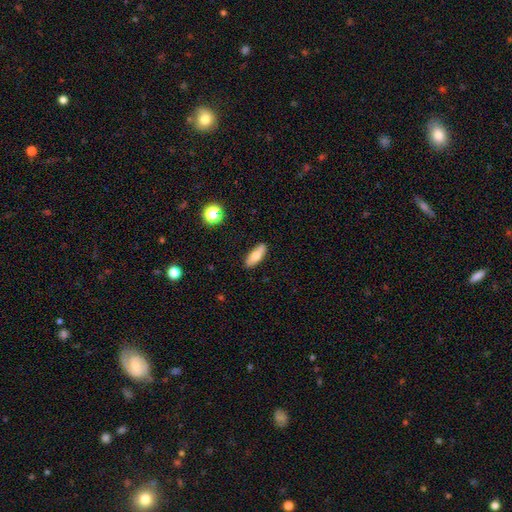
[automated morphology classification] smooth_or_featured: smooth (p=0.67) [alt: featured or disk p=0.25]
how_rounded: in between (p=0.71) [alt: cigar-shaped p=0.26]
merging: none (p=0.86) [alt: minor disturbance p=0.11]